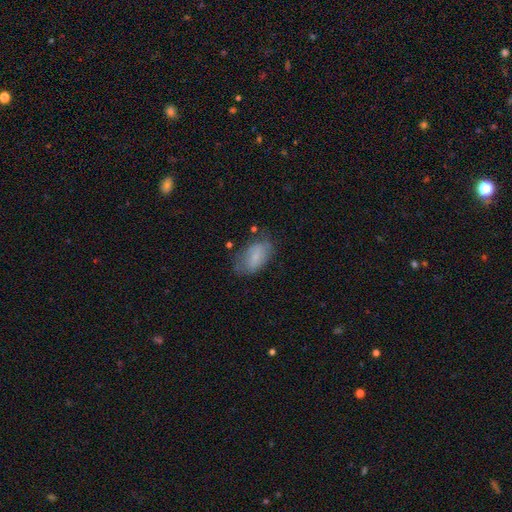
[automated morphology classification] The model was most divided on "merging": none: 58%, minor disturbance: 28%, major disturbance: 12%, merger: 3%. More confident: how rounded — in between (92%); smooth or featured — smooth (68%).